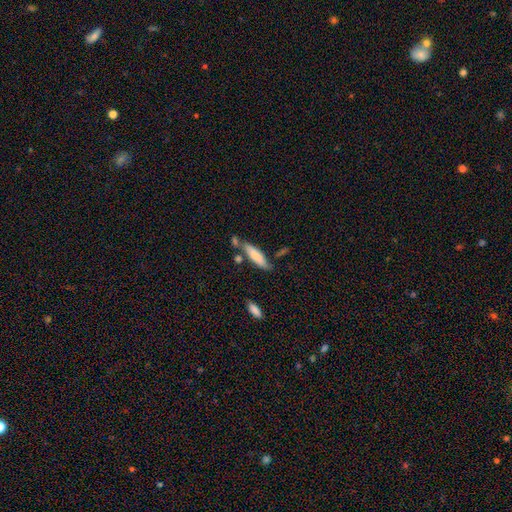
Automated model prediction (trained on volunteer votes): Overall: smooth (74%). How rounded: cigar-shaped (63%; in between 35%). Merging: none (62%).